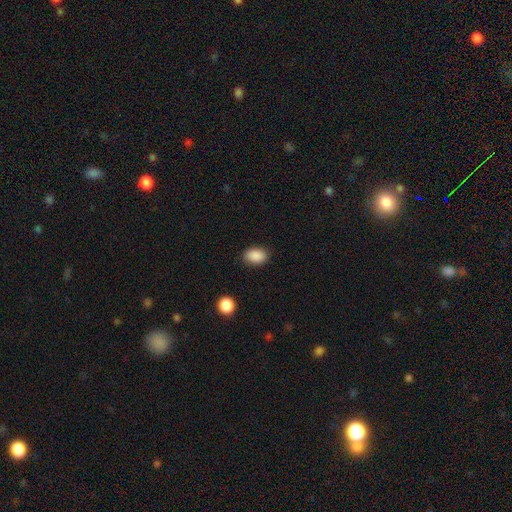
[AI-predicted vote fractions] smooth 89%, star or artifact 8%, featured or disk 3%. Down the decision tree: how rounded — in between (85%); merging — none (86%).